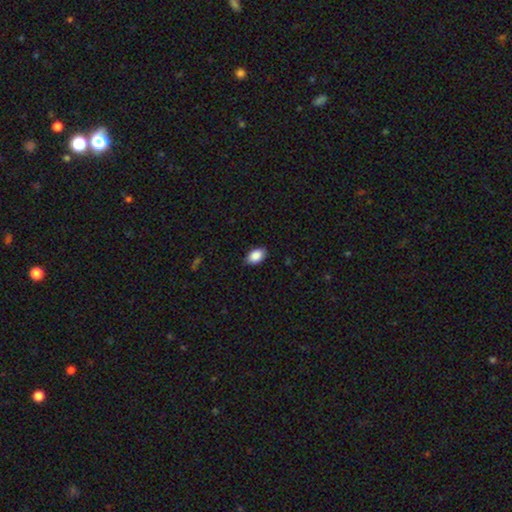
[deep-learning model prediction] This is clearly a smooth galaxy (89%). How rounded: clearly in between (90%). Merging: clearly none (85%).